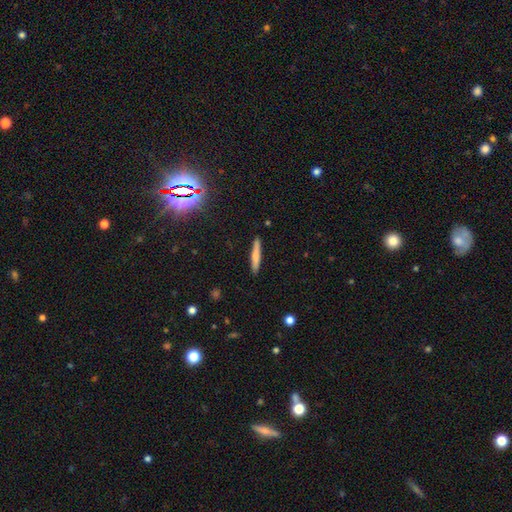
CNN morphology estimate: A smooth galaxy with no disk features (67%) that is cigar-shaped (94%). Merging: none (90%).